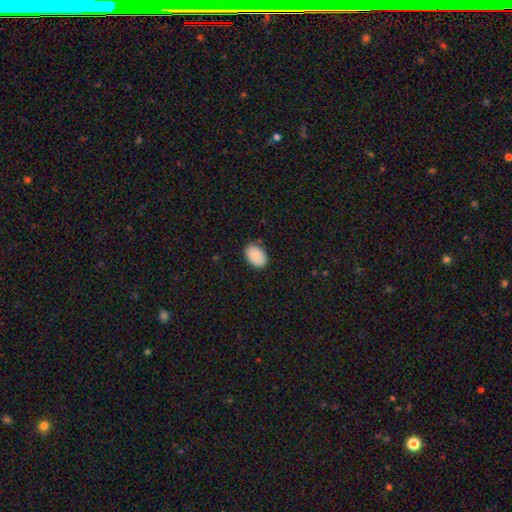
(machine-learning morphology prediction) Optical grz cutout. It shows a smooth galaxy with no disk features (89%) that is in between round and cigar-shaped (86%). Merging: none (84%).